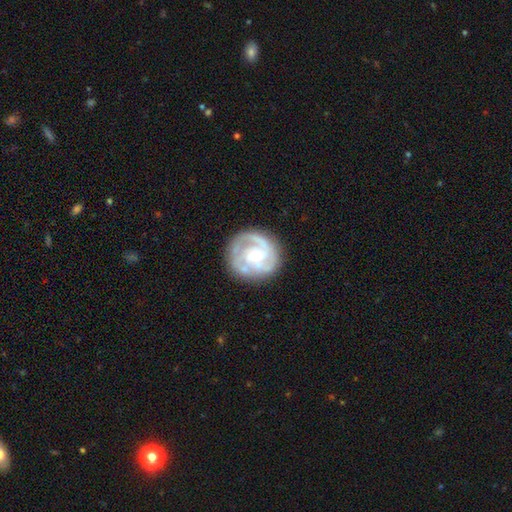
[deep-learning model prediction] This appears to be a featured or disk galaxy (83%) with no bar (64%), 3 (31%, tied with 2) tight (56%) spiral arms (93%) and a small central bulge (62%). Merging: none (74%).